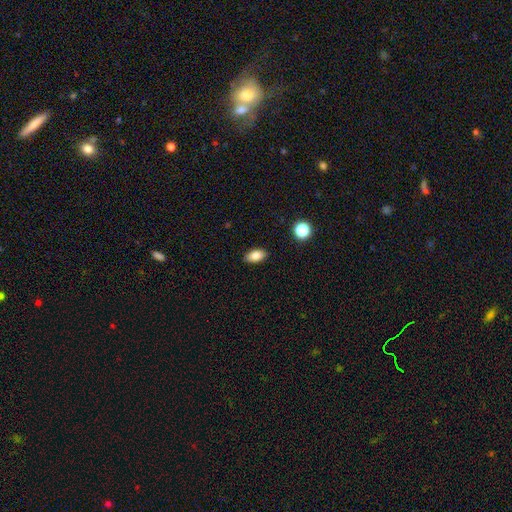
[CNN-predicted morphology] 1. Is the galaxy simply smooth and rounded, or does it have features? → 84% smooth, 9% star or artifact, 7% featured or disk.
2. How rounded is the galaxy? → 90% in between, 6% round, 4% cigar-shaped.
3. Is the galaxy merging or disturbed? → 89% none, 8% minor disturbance, 2% major disturbance, 1% merger.